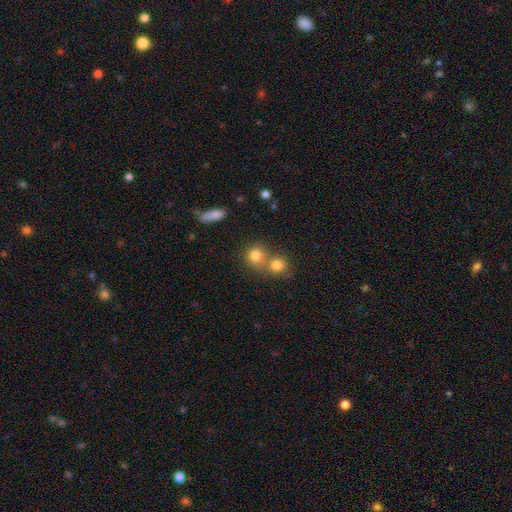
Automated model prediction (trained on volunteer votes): Overall: smooth (80%). How rounded: round (83%). Merging: none (46%; merger 45%).